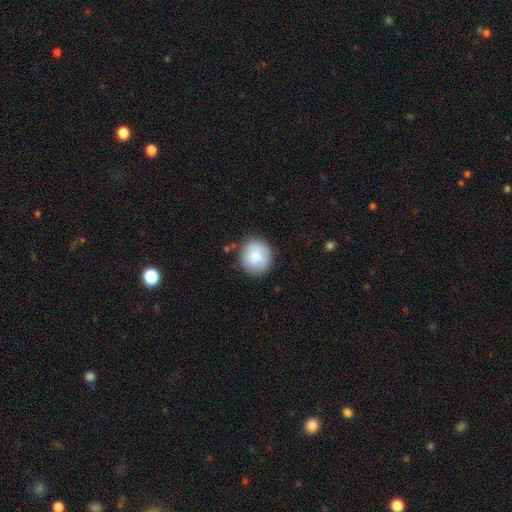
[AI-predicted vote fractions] smooth-or-featured: smooth: 83% | featured or disk: 11% | star or artifact: 6%
  how-rounded: round: 91% | in between: 8% | cigar-shaped: 1%
  merging: none: 85% | minor disturbance: 11% | major disturbance: 3% | merger: 2%